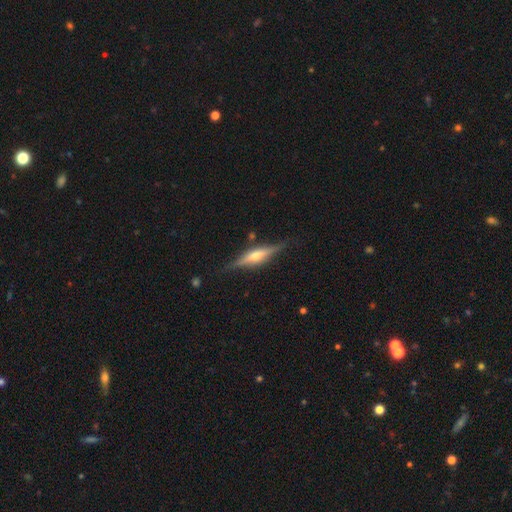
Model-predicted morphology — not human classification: This appears to be a featured or disk galaxy (73%) viewed edge-on (97%) with a rounded central bulge (85%). Merging: none (85%).